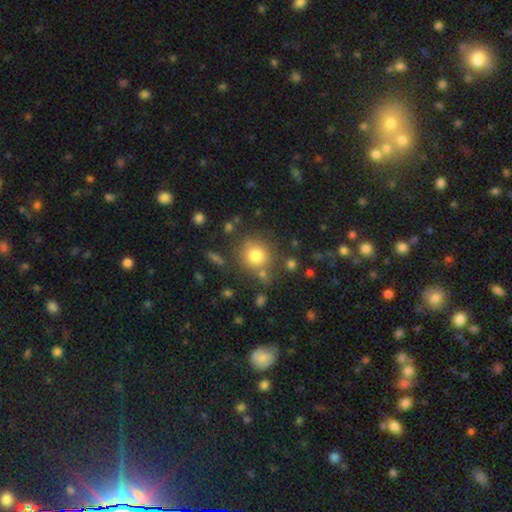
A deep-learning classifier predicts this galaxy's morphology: type=smooth (79%); roundness=round (90%); merging=none (74%).